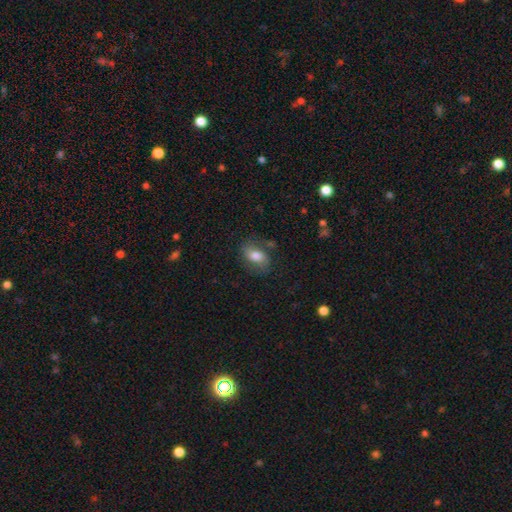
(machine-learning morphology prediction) smooth 66%, featured or disk 26%, star or artifact 8%. Down the decision tree: how rounded — in between (84%); merging — none (69%).